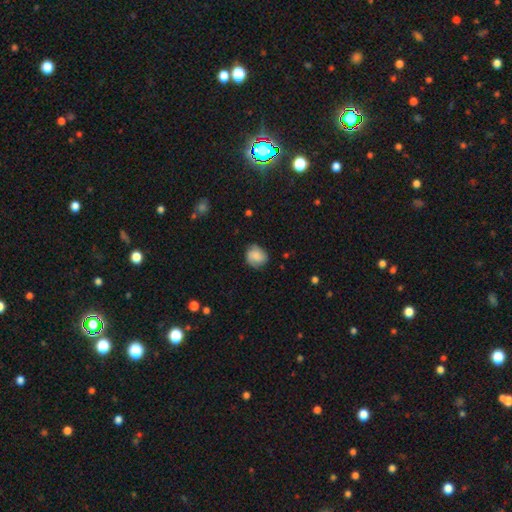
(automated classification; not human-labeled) Q: Smooth or featured?
A: smooth (74%); runner-up: featured or disk (18%)
Q: How rounded?
A: round (72%); runner-up: in between (27%)
Q: Merging?
A: none (73%); runner-up: minor disturbance (20%)